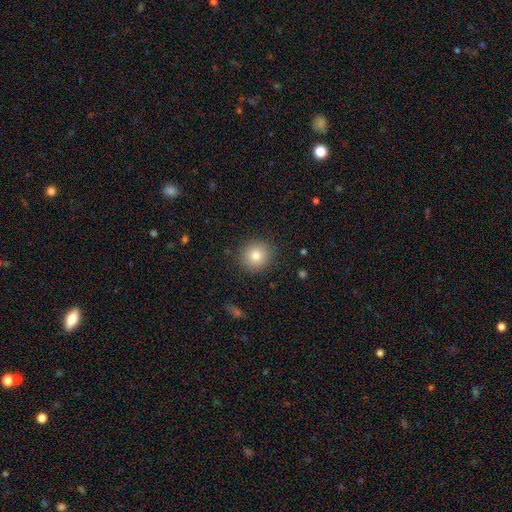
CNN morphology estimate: The model was most divided on "smooth or featured": smooth: 81%, star or artifact: 10%, featured or disk: 9%. More confident: how rounded — round (91%); merging — none (90%).